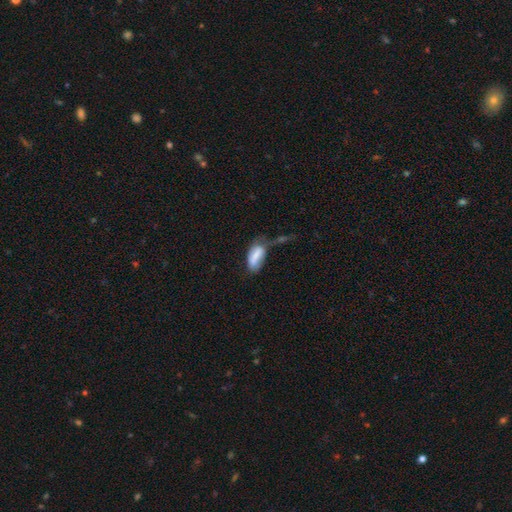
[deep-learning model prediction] smooth-or-featured: smooth: 72% | featured or disk: 20% | star or artifact: 8%
  how-rounded: in between: 86% | cigar-shaped: 11% | round: 3%
  merging: none: 31% | minor disturbance: 28% | major disturbance: 22% | merger: 19%